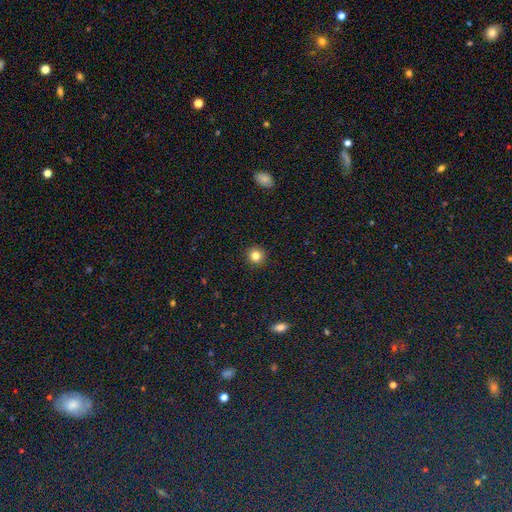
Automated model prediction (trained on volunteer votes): This appears to be a smooth galaxy with no disk features (83%) that is round (95%). Merging: none (93%).